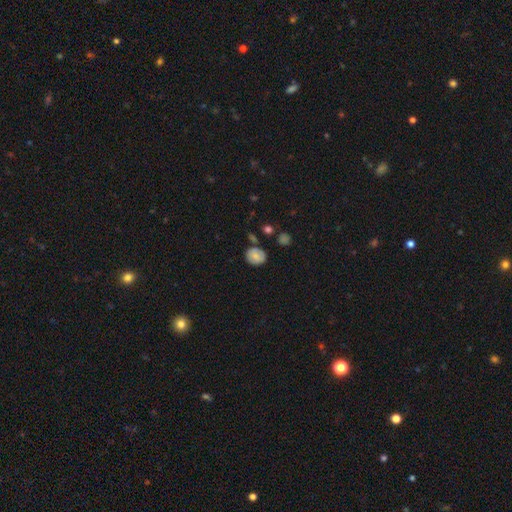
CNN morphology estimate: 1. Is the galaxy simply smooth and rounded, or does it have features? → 77% smooth, 14% featured or disk, 9% star or artifact.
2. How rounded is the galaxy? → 62% round, 37% in between, 1% cigar-shaped.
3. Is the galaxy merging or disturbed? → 71% none, 19% minor disturbance, 6% merger, 4% major disturbance.